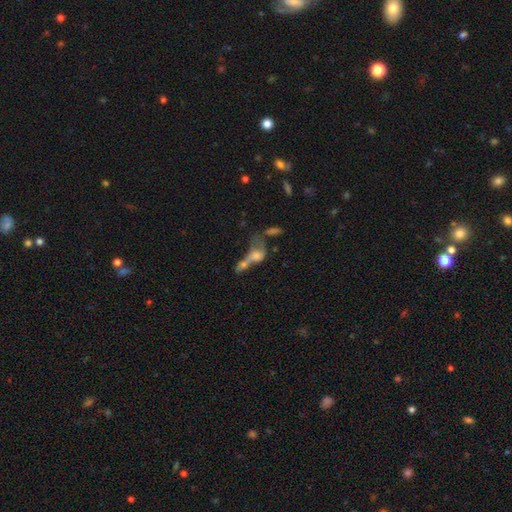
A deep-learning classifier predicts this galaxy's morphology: The model was most divided on "smooth or featured": smooth: 51%, featured or disk: 35%, star or artifact: 13%. More confident: merging — merger (70%); how rounded — in between (68%).